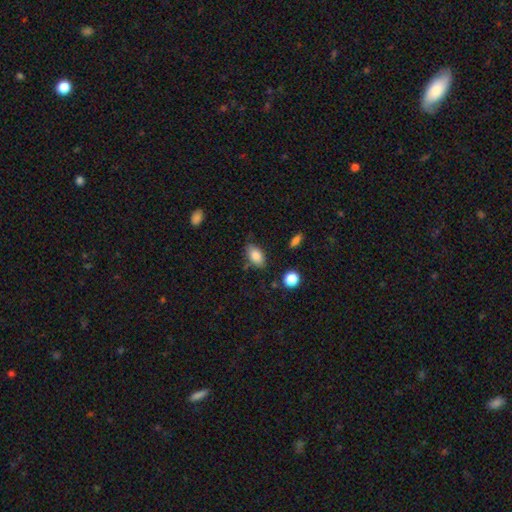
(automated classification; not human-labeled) Smooth or featured?
  - smooth: 84% *
  - featured or disk: 8%
  - star or artifact: 8%
How rounded?
  - in between: 91% *
  - round: 7%
  - cigar-shaped: 3%
Merging?
  - none: 76% *
  - minor disturbance: 17%
  - major disturbance: 4%
  - merger: 4%